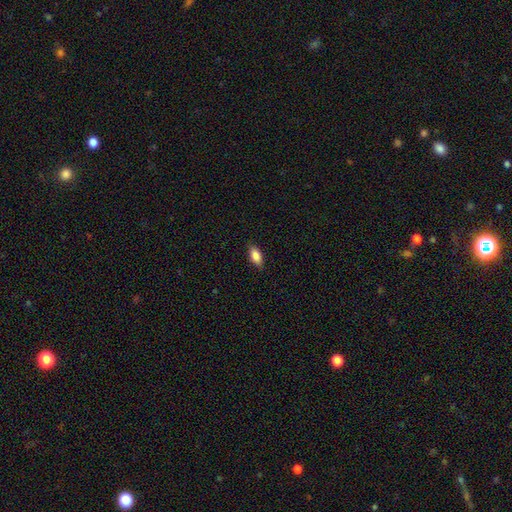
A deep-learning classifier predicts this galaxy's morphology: type=smooth (85%); roundness=in between (86%); merging=none (87%).